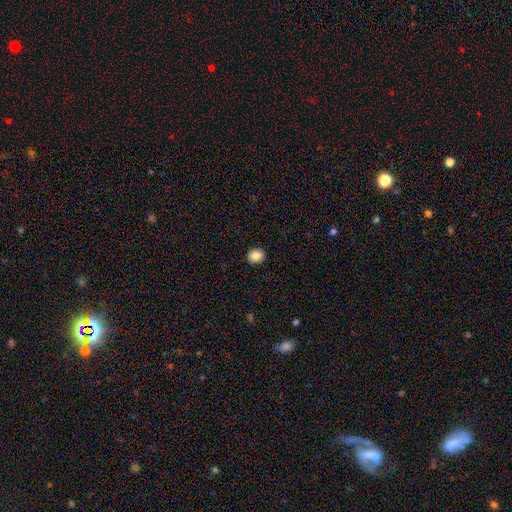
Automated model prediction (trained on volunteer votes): The model was most divided on "how rounded": round: 76%, in between: 23%, cigar-shaped: 1%. More confident: merging — none (92%); smooth or featured — smooth (86%).